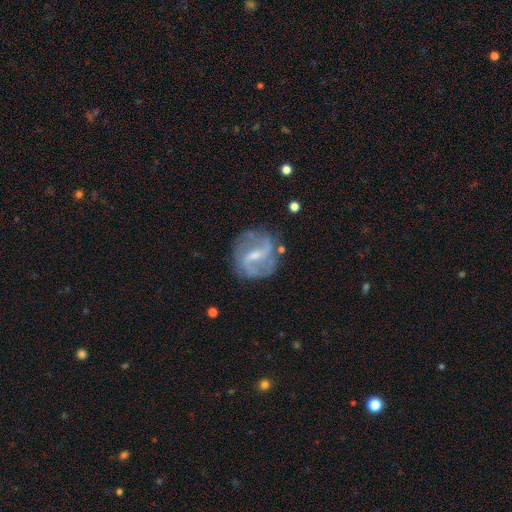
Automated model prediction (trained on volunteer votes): featured or disk 82%, smooth 12%, star or artifact 6%. Down the decision tree: edge-on disk — no (97%); bar — weak (48%); spiral arms — yes (90%); spiral arm count — 2 (78%); spiral winding — loose (46%); bulge size — small (55%); merging — none (74%).